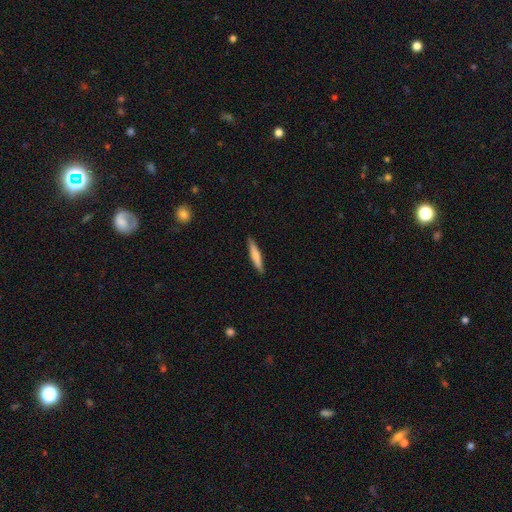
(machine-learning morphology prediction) smooth_or_featured: smooth (p=0.69) [alt: featured or disk p=0.26]
how_rounded: cigar-shaped (p=0.90) [alt: in between p=0.08]
merging: none (p=0.90) [alt: minor disturbance p=0.08]